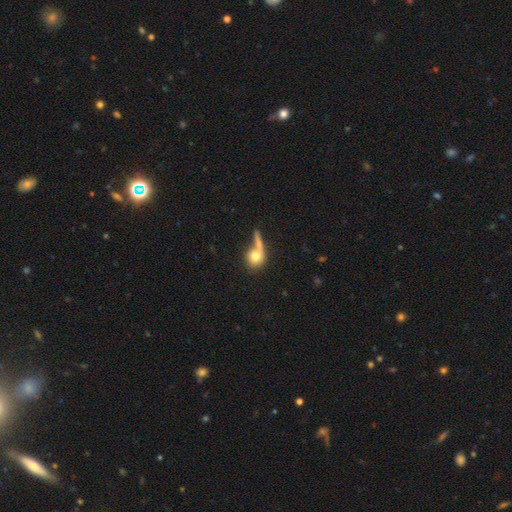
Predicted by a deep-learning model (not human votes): smooth-or-featured: smooth: 69% | featured or disk: 22% | star or artifact: 9%
  how-rounded: round: 73% | in between: 23% | cigar-shaped: 5%
  merging: none: 35% | merger: 31% | major disturbance: 20% | minor disturbance: 14%